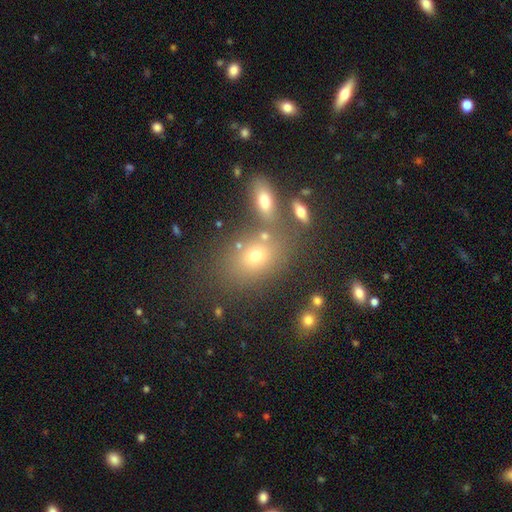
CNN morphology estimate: Q: Smooth or featured?
A: smooth (60%); runner-up: star or artifact (22%)
Q: How rounded?
A: in between (70%); runner-up: round (27%)
Q: Merging?
A: none (62%); runner-up: merger (21%)